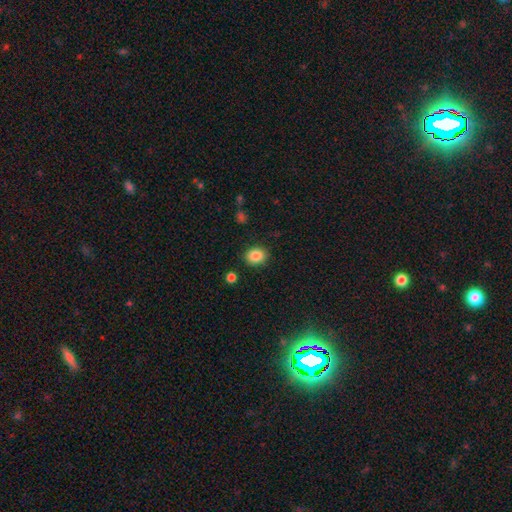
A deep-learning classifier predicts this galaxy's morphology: Smooth or featured? Predicted: smooth (p=0.87). How rounded? Predicted: in between (p=0.50). Merging? Predicted: none (p=0.87).